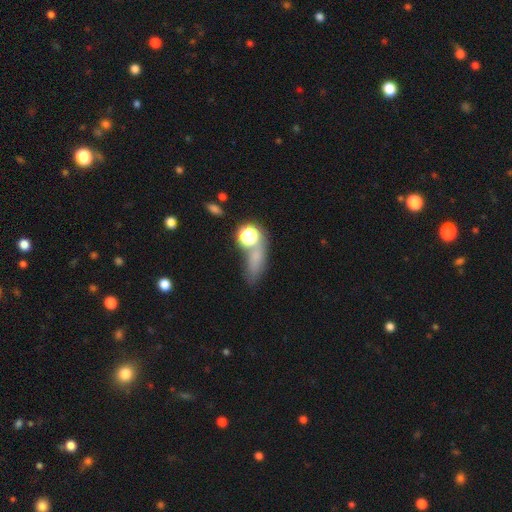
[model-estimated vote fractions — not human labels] The model was most divided on "how rounded": in between: 47%, cigar-shaped: 28%, round: 25%. More confident: smooth or featured — smooth (62%); merging — none (55%).